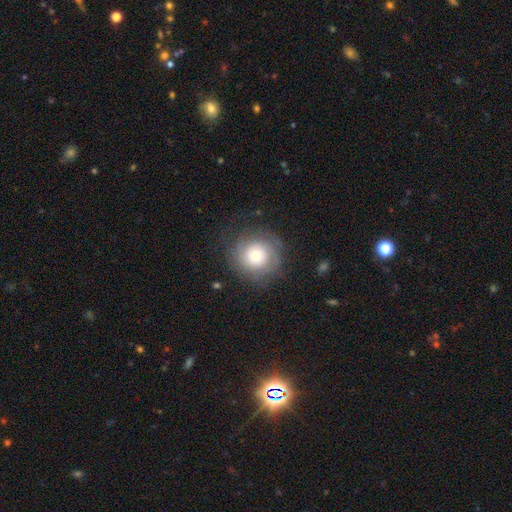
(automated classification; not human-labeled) Smooth or featured? Predicted: smooth (p=0.47). Merging? Predicted: none (p=0.73).